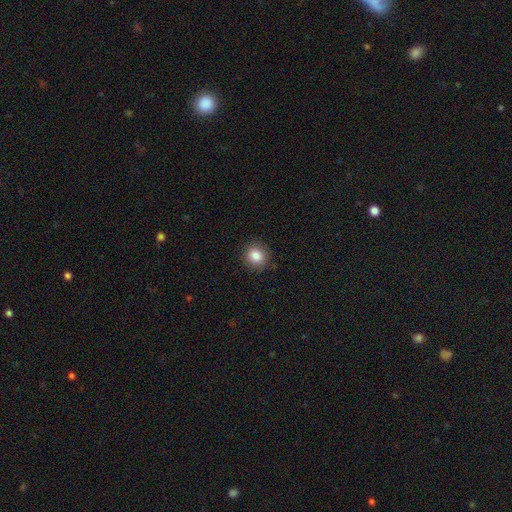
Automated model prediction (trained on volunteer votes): This is clearly a smooth galaxy (84%). How rounded: clearly round (82%). Merging: clearly none (89%).